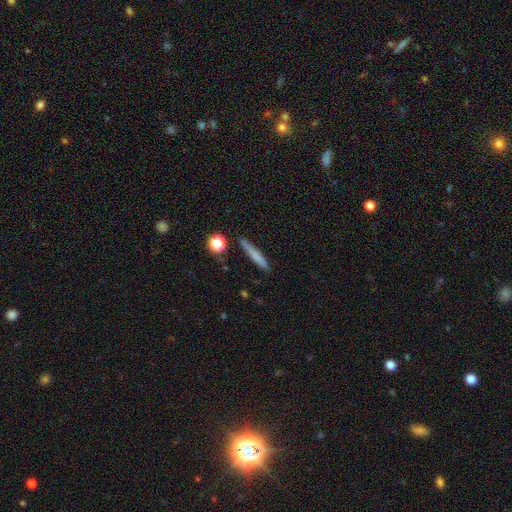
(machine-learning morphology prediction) Overall: smooth (68%). How rounded: cigar-shaped (93%). Merging: none (83%).